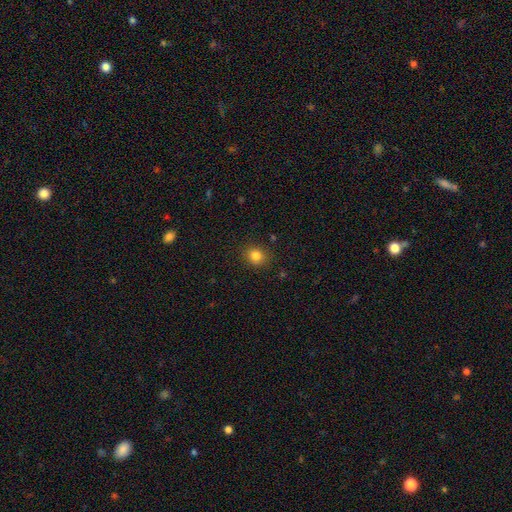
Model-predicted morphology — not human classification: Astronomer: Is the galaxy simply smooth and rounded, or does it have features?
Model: smooth — 82%.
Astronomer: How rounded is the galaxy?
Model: round — 79%.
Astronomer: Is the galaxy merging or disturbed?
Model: none — 88%.